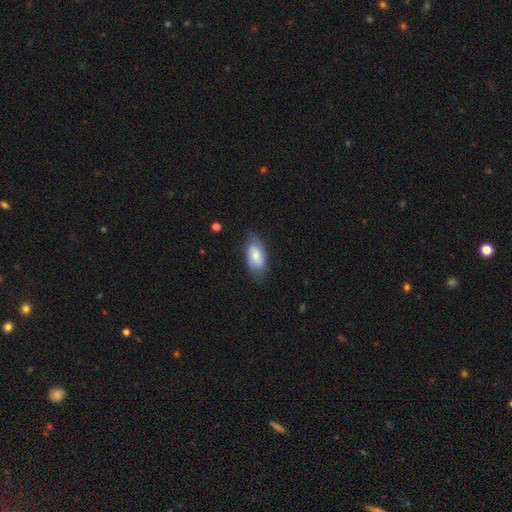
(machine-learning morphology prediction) Q: Smooth or featured?
A: smooth (68%); runner-up: featured or disk (25%)
Q: How rounded?
A: in between (92%); runner-up: cigar-shaped (5%)
Q: Merging?
A: none (72%); runner-up: minor disturbance (22%)